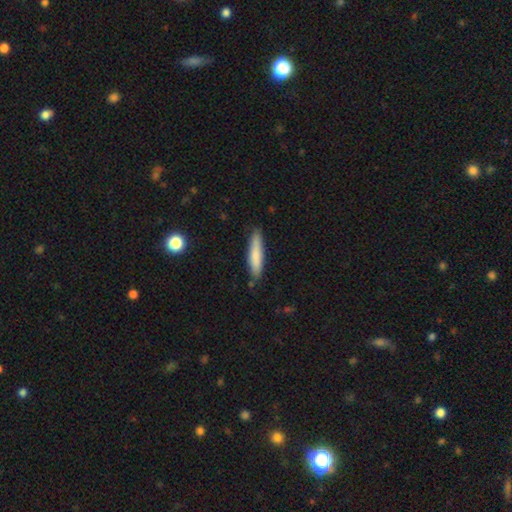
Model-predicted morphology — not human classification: This is likely a smooth galaxy (79%). How rounded: clearly cigar-shaped (84%). Merging: clearly none (83%).